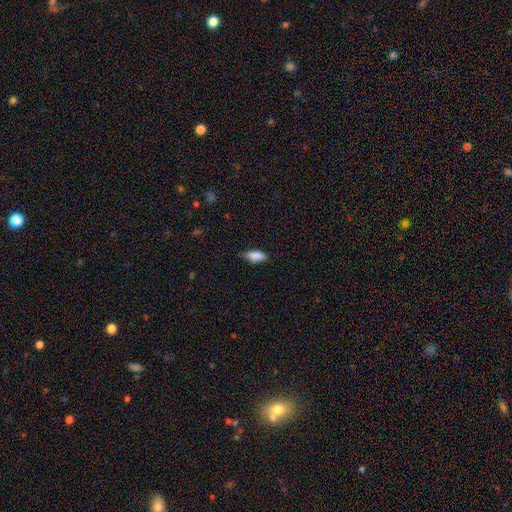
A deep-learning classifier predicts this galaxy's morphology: smooth_or_featured: smooth (p=0.85) [alt: star or artifact p=0.07]
how_rounded: in between (p=0.81) [alt: cigar-shaped p=0.16]
merging: none (p=0.65) [alt: minor disturbance p=0.29]